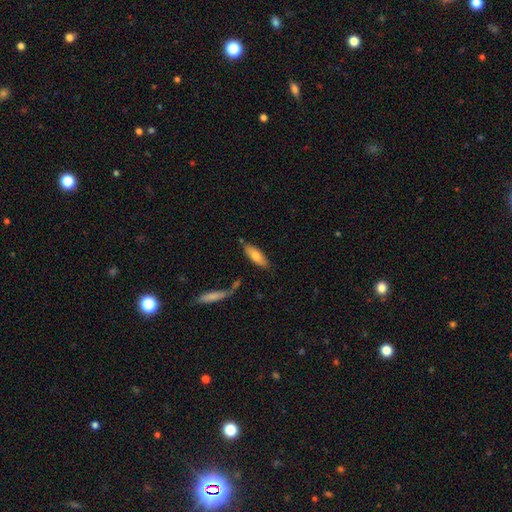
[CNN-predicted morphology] smooth 73%, featured or disk 21%, star or artifact 6%. Down the decision tree: how rounded — in between (64%); merging — none (73%).